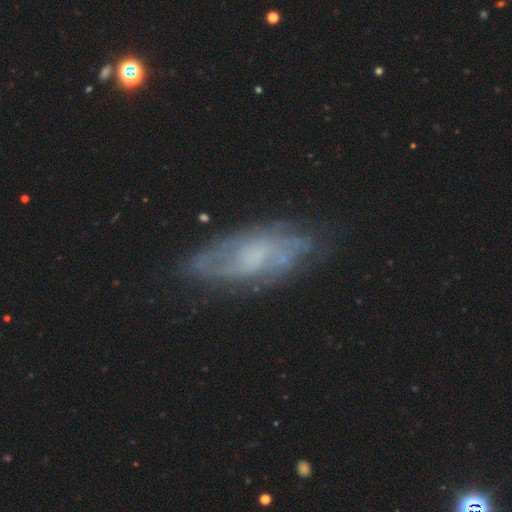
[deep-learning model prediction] A featured or disk galaxy (67%) with no bar (64%), spiral arms (74%) and no central bulge (42%).

Vote fractions:
- Smooth or featured? featured or disk: 67% / smooth: 25% / star or artifact: 8%
- Edge-on disk? no: 87% / yes: 13%
- Bar? no: 64% / weak: 30% / strong: 5%
- Spiral arms? yes: 74% / no: 26%
- Bulge size? none: 42% / small: 29% / moderate: 22% / large: 5% / dominant: 1%
- Merging? none: 68% / minor disturbance: 21% / major disturbance: 9% / merger: 2%